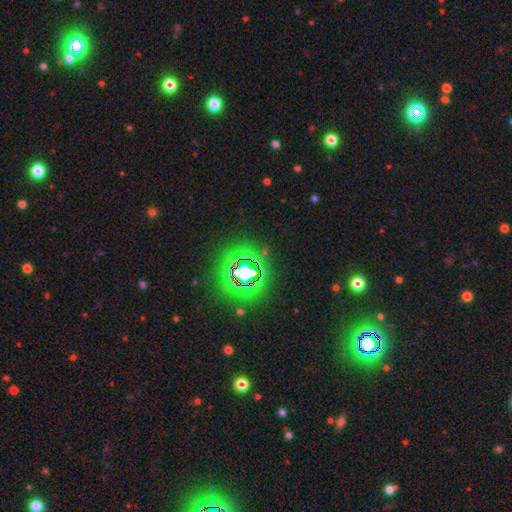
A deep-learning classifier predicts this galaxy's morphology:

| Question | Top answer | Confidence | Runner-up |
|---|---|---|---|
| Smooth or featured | star or artifact | 83% | smooth (10%) |